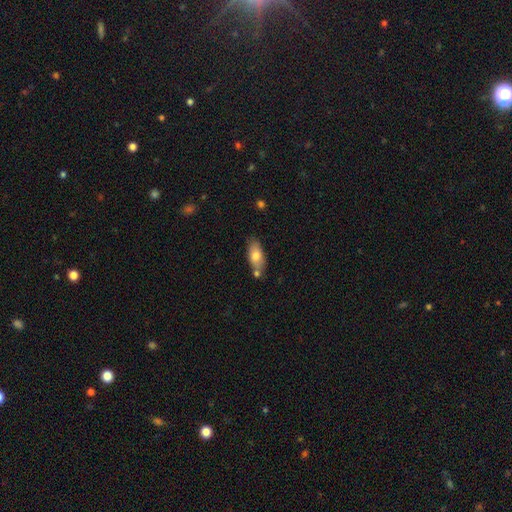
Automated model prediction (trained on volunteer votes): Smooth or featured?
  - smooth: 75% *
  - featured or disk: 18%
  - star or artifact: 7%
How rounded?
  - in between: 87% *
  - cigar-shaped: 9%
  - round: 3%
Merging?
  - none: 65% *
  - minor disturbance: 16%
  - merger: 15%
  - major disturbance: 3%